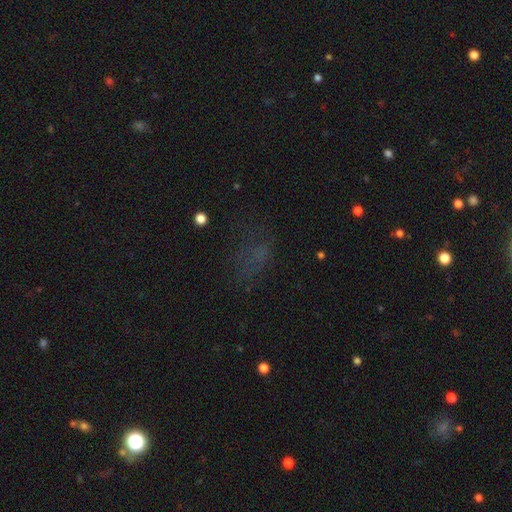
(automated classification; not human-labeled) The model was most divided on "smooth or featured": smooth: 45%, star or artifact: 37%, featured or disk: 18%. More confident: merging — none (55%).